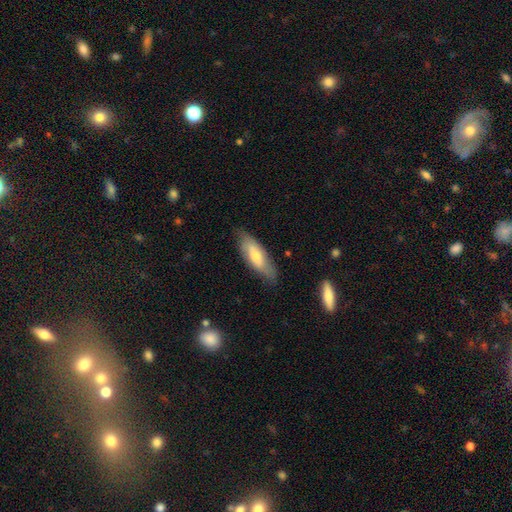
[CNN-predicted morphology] type=smooth (59%); roundness=in between (64%); merging=none (74%).